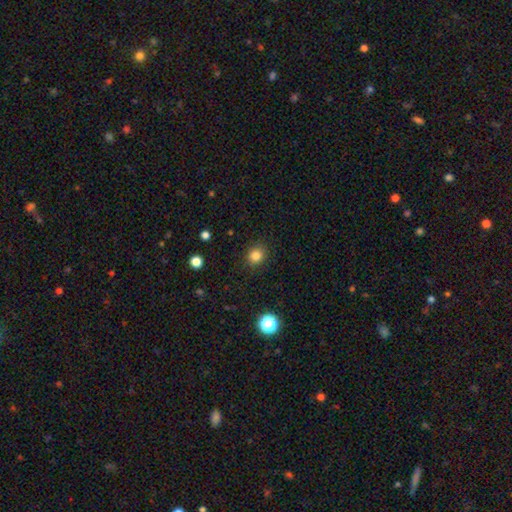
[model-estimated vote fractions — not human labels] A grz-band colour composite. It shows a smooth galaxy with no disk features (83%) that is round (78%). Merging: none (88%).